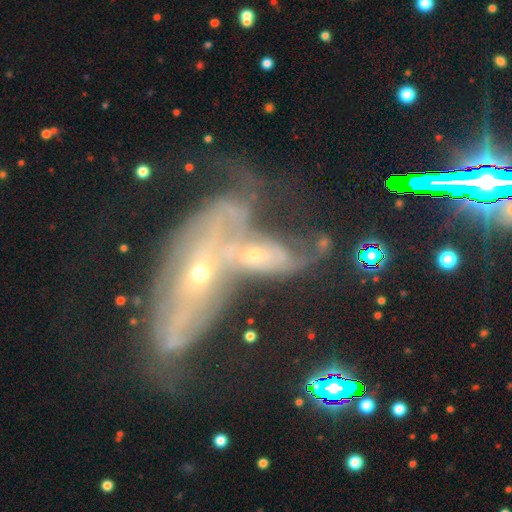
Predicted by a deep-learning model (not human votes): Overall: featured or disk (62%; smooth 25%). Edge-on disk: no (89%). Bar: no (74%). Spiral arms: yes (67%; no 33%). Bulge size: small (64%; moderate 27%). Merging: merger (64%).